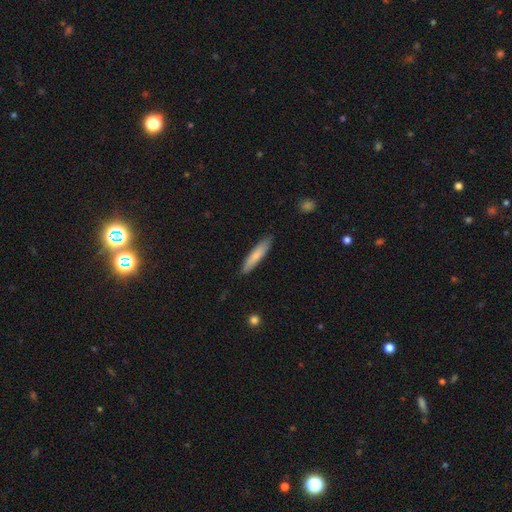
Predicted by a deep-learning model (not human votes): Overall: smooth (78%). How rounded: cigar-shaped (86%). Merging: none (87%).